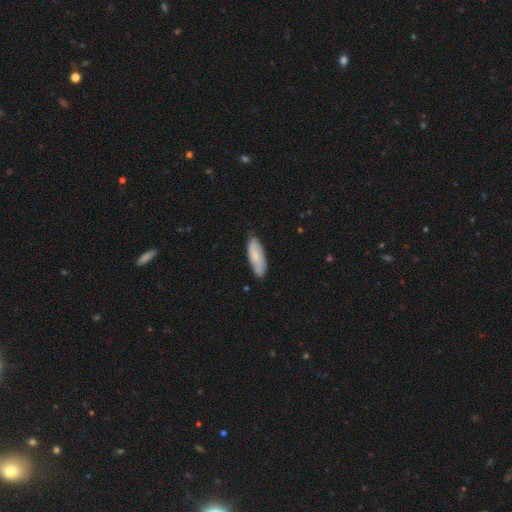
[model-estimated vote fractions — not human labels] Overall: smooth (74%). How rounded: in between (58%; cigar-shaped 40%). Merging: none (83%).